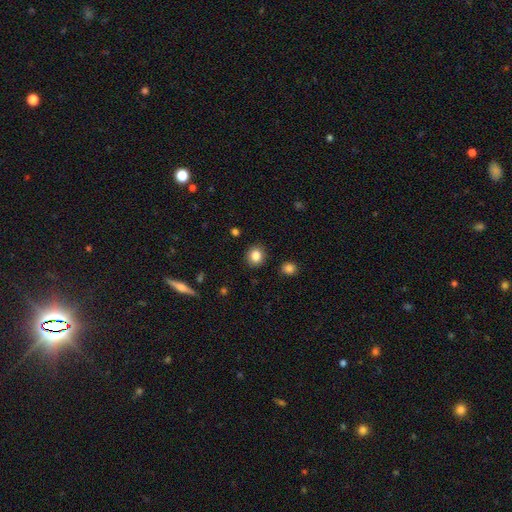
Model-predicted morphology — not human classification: Smooth or featured: smooth — 85% (star or artifact — 10%)
How rounded: round — 83% (in between — 16%)
Merging: none — 90% (minor disturbance — 6%)